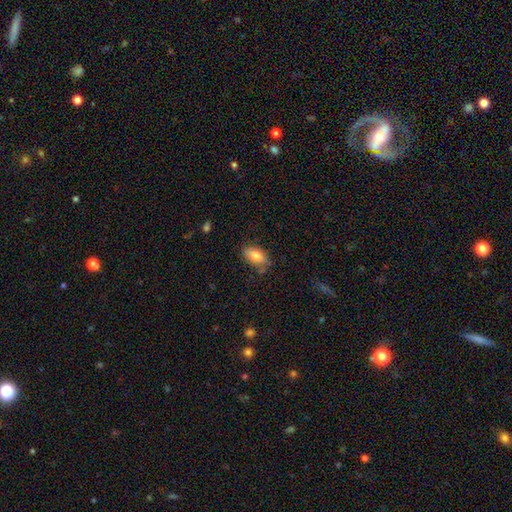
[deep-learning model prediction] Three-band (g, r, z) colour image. It shows a smooth galaxy with no disk features (81%) that is in between round and cigar-shaped (91%). Merging: none (72%).